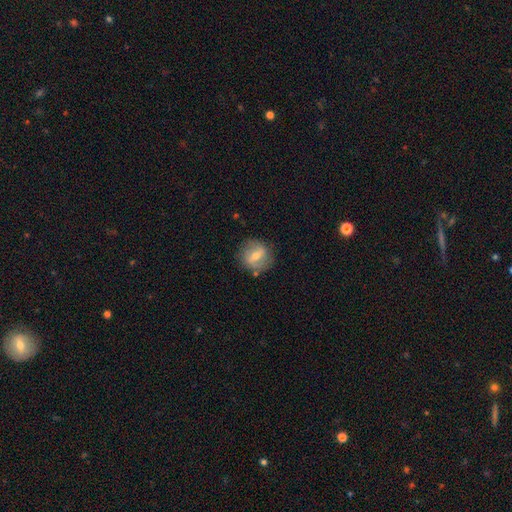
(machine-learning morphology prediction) A featured or disk galaxy (48%).

Vote fractions:
- Smooth or featured? featured or disk: 48% / smooth: 45% / star or artifact: 7%
- Merging? none: 79% / minor disturbance: 14% / major disturbance: 4% / merger: 2%